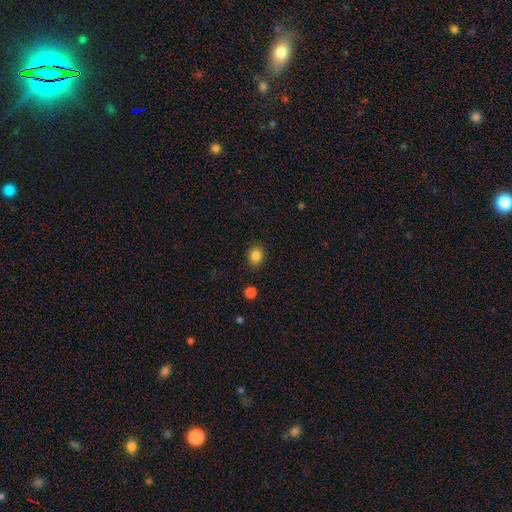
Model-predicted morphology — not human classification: type=smooth (85%); roundness=round (61%); merging=none (87%).